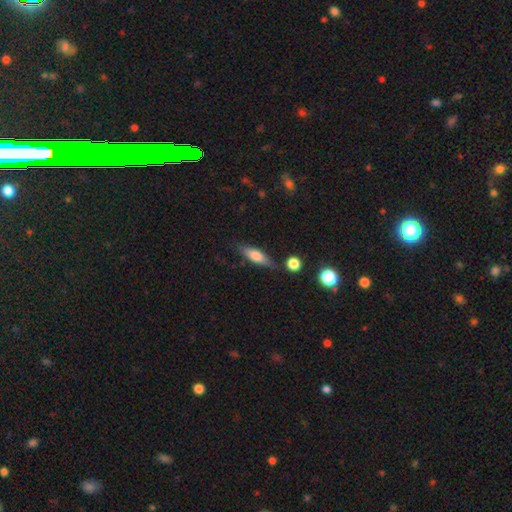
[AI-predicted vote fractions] This appears to be a smooth galaxy with no disk features (65%) that is cigar-shaped (52%). Merging: none (75%).